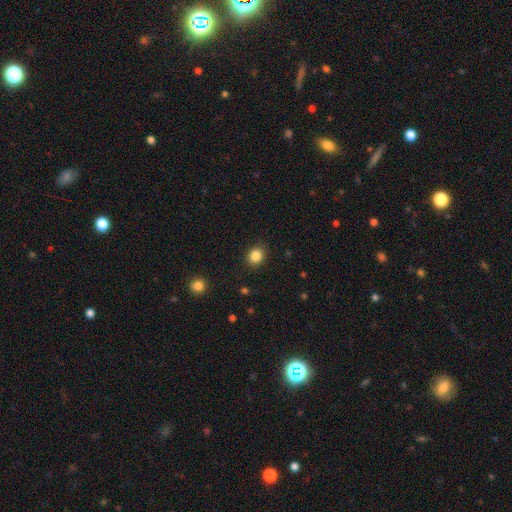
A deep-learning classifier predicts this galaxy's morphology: smooth-or-featured: smooth: 85% | star or artifact: 11% | featured or disk: 5%
  how-rounded: round: 71% | in between: 28% | cigar-shaped: 1%
  merging: none: 88% | minor disturbance: 9% | major disturbance: 2% | merger: 1%